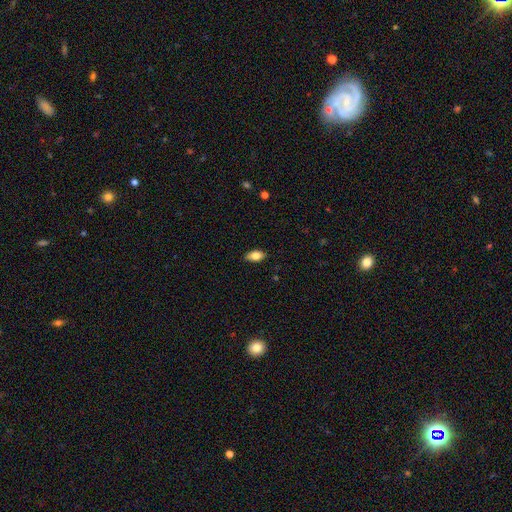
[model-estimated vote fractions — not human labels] Smooth or featured: smooth — 82% (featured or disk — 11%)
How rounded: in between — 90% (round — 6%)
Merging: none — 87% (minor disturbance — 10%)